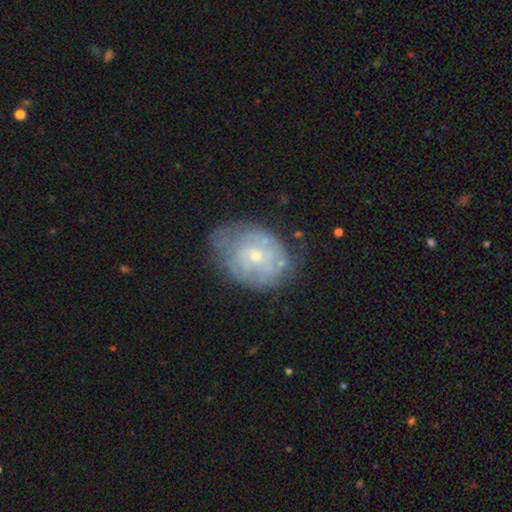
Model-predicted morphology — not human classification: The model was most divided on "spiral arms": yes: 64%, no: 36%. More confident: edge-on disk — no (97%); bar — no (79%); smooth or featured — featured or disk (65%); bulge size — small (64%); merging — none (57%).